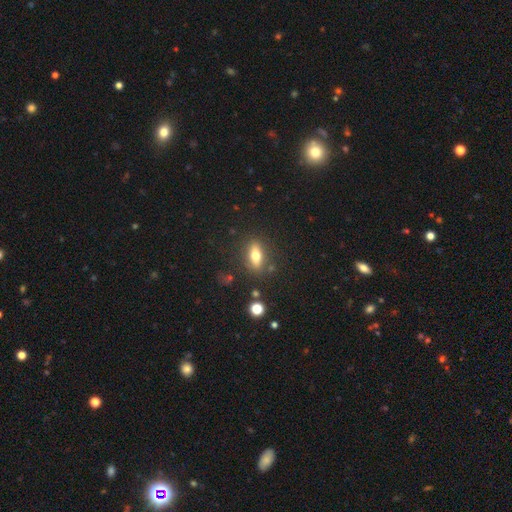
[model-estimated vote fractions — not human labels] A smooth galaxy with no disk features (65%) that is in between round and cigar-shaped (67%).

Vote fractions:
- Smooth or featured? smooth: 65% / featured or disk: 26% / star or artifact: 10%
- How rounded? in between: 67% / cigar-shaped: 26% / round: 7%
- Merging? none: 83% / minor disturbance: 11% / major disturbance: 4% / merger: 3%